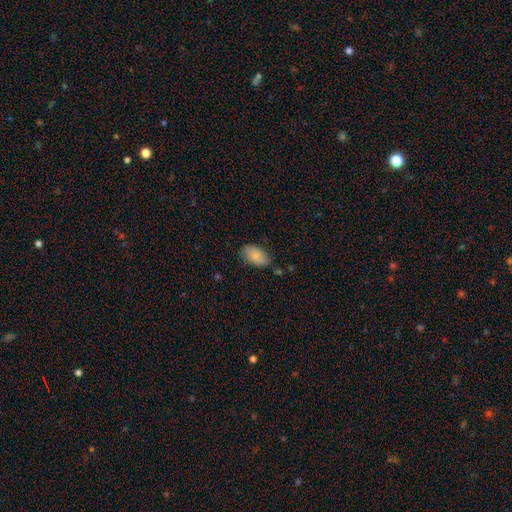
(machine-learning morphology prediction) The model was most divided on "merging": none: 74%, minor disturbance: 20%, major disturbance: 4%, merger: 2%. More confident: how rounded — in between (94%); smooth or featured — smooth (84%).